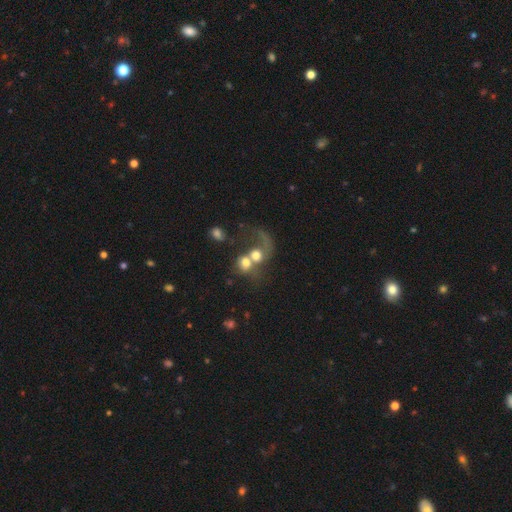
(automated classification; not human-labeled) Smooth or featured? smooth (50%)
How rounded? round (68%)
Merging? merger (72%)